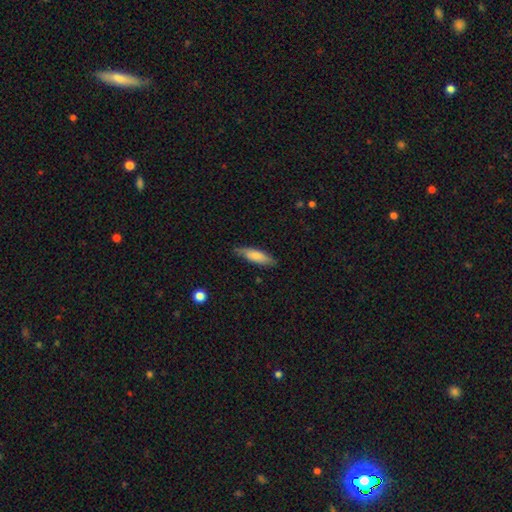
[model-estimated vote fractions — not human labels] Q: Smooth or featured?
A: smooth (75%); runner-up: featured or disk (19%)
Q: How rounded?
A: cigar-shaped (55%); runner-up: in between (44%)
Q: Merging?
A: none (77%); runner-up: minor disturbance (19%)